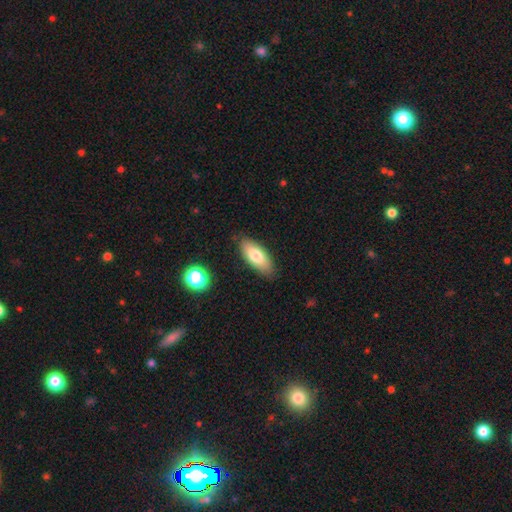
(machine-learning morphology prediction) smooth 77%, featured or disk 16%, star or artifact 7%. Down the decision tree: how rounded — in between (81%); merging — none (85%).